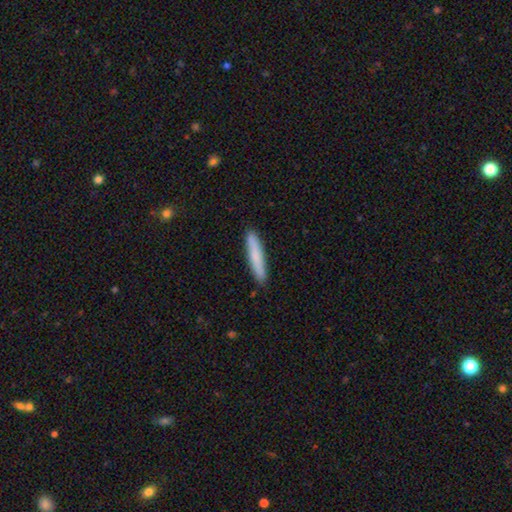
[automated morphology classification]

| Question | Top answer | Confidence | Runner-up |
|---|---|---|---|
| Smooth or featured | smooth | 78% | featured or disk (16%) |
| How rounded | cigar-shaped | 92% | in between (6%) |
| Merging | none | 90% | minor disturbance (8%) |